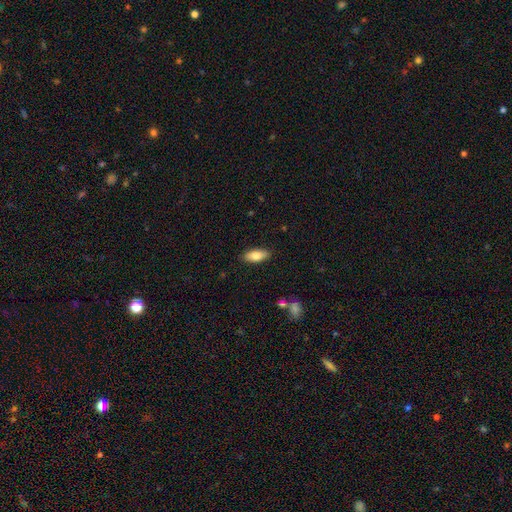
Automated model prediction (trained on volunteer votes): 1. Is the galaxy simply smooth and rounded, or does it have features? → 81% smooth, 12% featured or disk, 7% star or artifact.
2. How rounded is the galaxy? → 82% in between, 16% cigar-shaped, 2% round.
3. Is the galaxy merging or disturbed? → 87% none, 9% minor disturbance, 2% major disturbance, 1% merger.